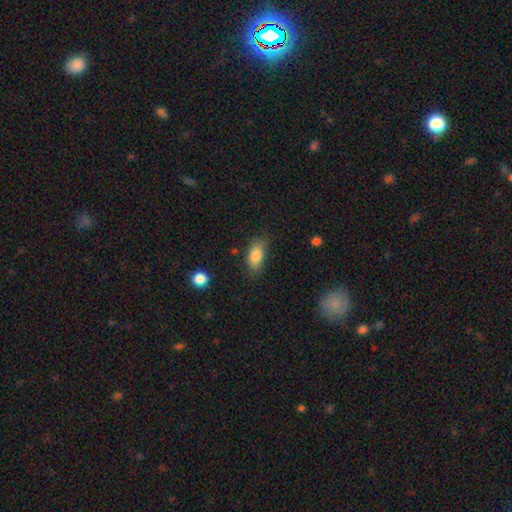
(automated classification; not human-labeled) Smooth or featured?
  - smooth: 84% *
  - featured or disk: 9%
  - star or artifact: 8%
How rounded?
  - in between: 86% *
  - cigar-shaped: 9%
  - round: 5%
Merging?
  - none: 72% *
  - minor disturbance: 21%
  - major disturbance: 5%
  - merger: 2%